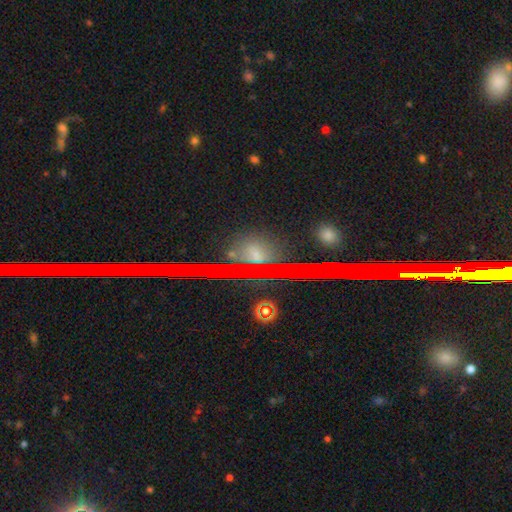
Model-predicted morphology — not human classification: The model was most divided on "smooth or featured": star or artifact: 60%, smooth: 28%, featured or disk: 13%.